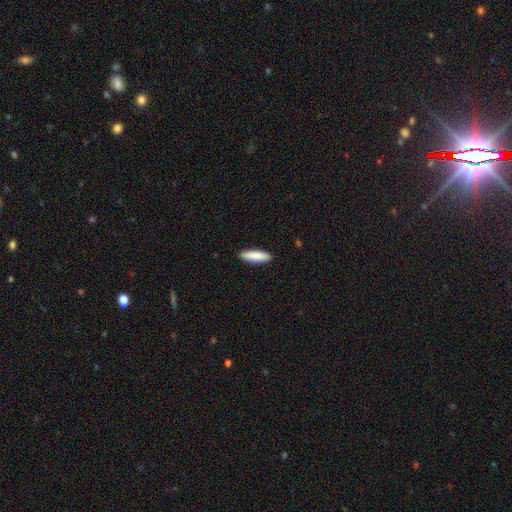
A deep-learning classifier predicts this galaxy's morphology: smooth_or_featured: smooth (p=0.87) [alt: featured or disk p=0.08]
how_rounded: cigar-shaped (p=0.70) [alt: in between p=0.29]
merging: none (p=0.91) [alt: minor disturbance p=0.07]